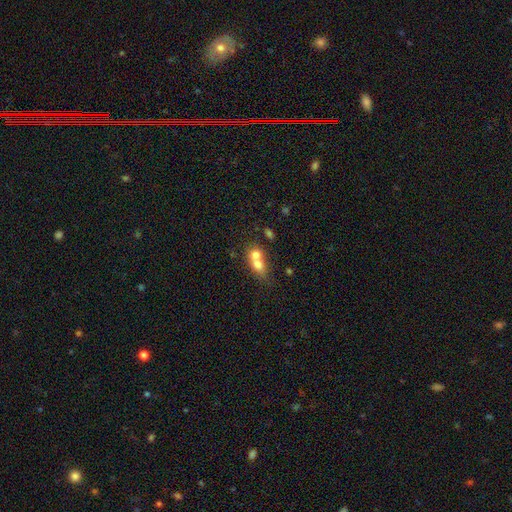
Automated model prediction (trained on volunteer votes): smooth-or-featured: smooth: 69% | featured or disk: 21% | star or artifact: 10%
  how-rounded: round: 52% | in between: 45% | cigar-shaped: 3%
  merging: merger: 70% | none: 20% | minor disturbance: 6% | major disturbance: 3%